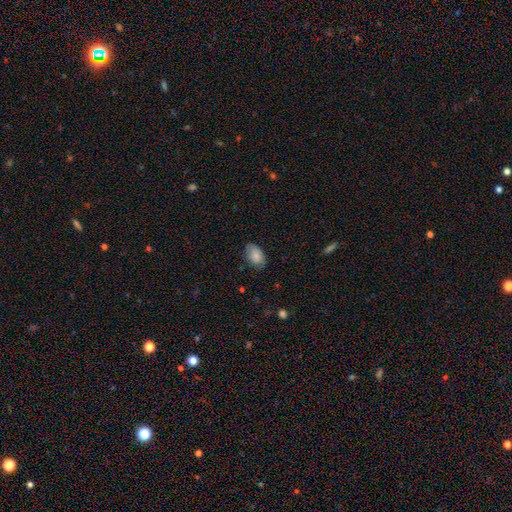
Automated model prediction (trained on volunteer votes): smooth_or_featured: smooth (p=0.81) [alt: featured or disk p=0.12]
how_rounded: in between (p=0.91) [alt: round p=0.08]
merging: none (p=0.73) [alt: minor disturbance p=0.22]